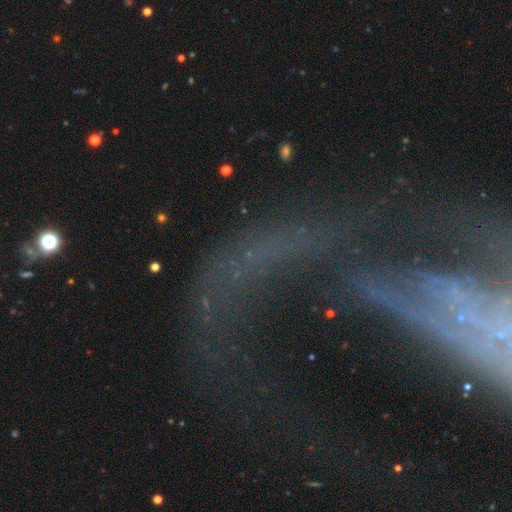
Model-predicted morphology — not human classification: Smooth or featured: featured or disk — 47% (star or artifact — 35%)
Merging: none — 38% (major disturbance — 34%)